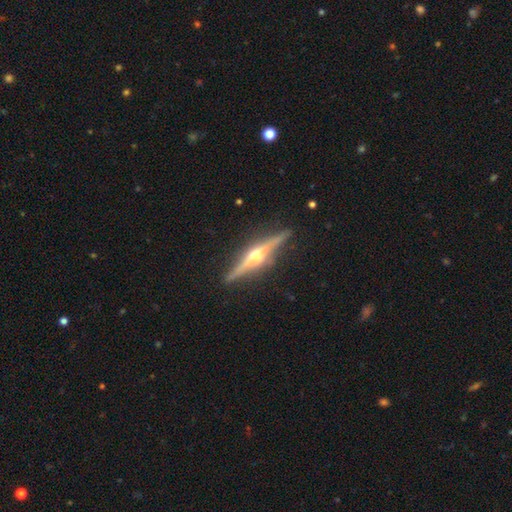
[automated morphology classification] smooth_or_featured: featured or disk (p=0.85) [alt: smooth p=0.10]
disk_edge_on: yes (p=0.98) [alt: no p=0.02]
edge_on_bulge: rounded (p=0.95) [alt: boxy p=0.03]
merging: none (p=0.89) [alt: minor disturbance p=0.08]